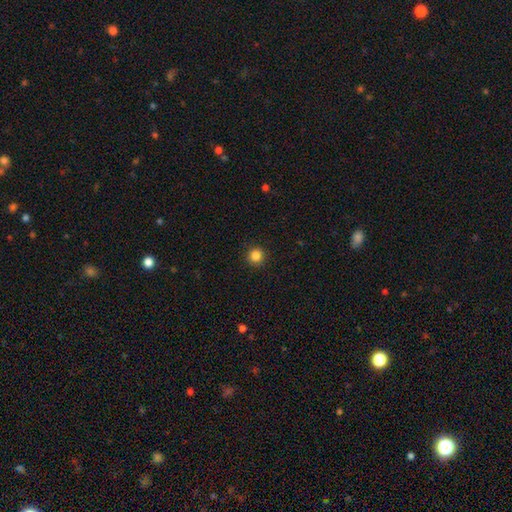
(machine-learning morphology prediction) A smooth galaxy with no disk features (85%) that is round (95%). Merging: none (92%).